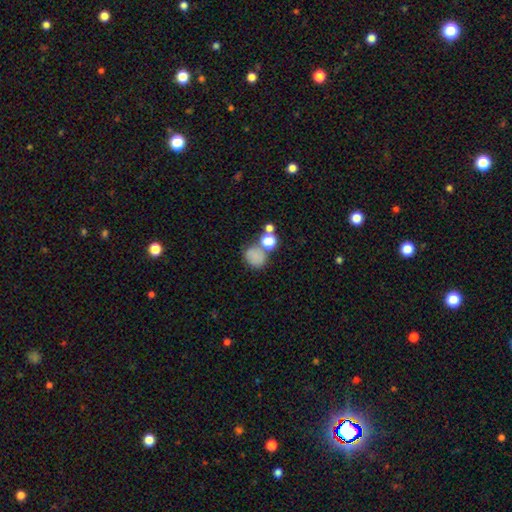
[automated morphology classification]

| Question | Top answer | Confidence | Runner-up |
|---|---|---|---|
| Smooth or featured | smooth | 74% | star or artifact (16%) |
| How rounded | round | 72% | in between (27%) |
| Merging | none | 54% | merger (25%) |